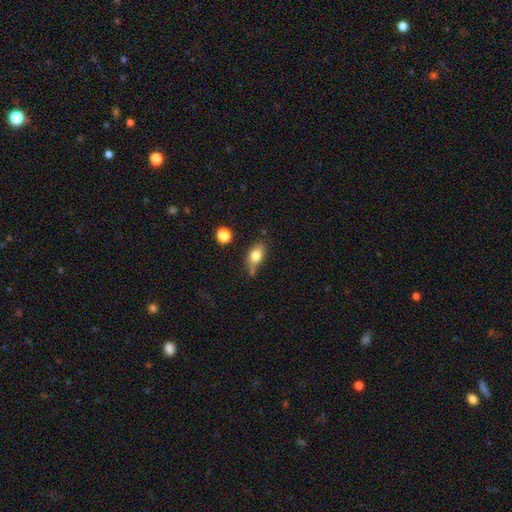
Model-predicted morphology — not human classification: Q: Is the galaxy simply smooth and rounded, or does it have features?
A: smooth — 74%.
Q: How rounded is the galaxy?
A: in between — 82%.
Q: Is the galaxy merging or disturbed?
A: none — 58%.